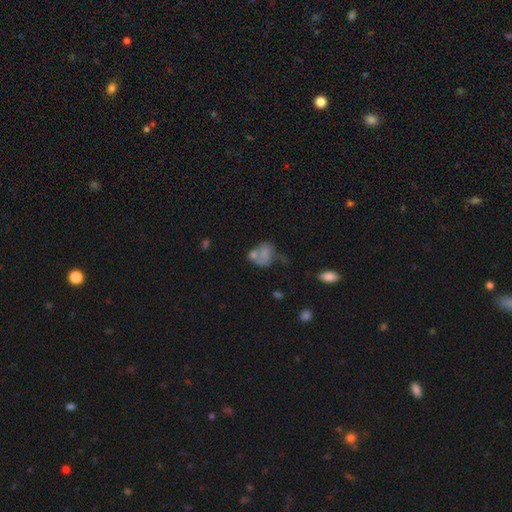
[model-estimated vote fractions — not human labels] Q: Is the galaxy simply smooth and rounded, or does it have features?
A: smooth — 51%.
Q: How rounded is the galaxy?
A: in between — 55%.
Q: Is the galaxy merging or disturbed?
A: merger — 34%.